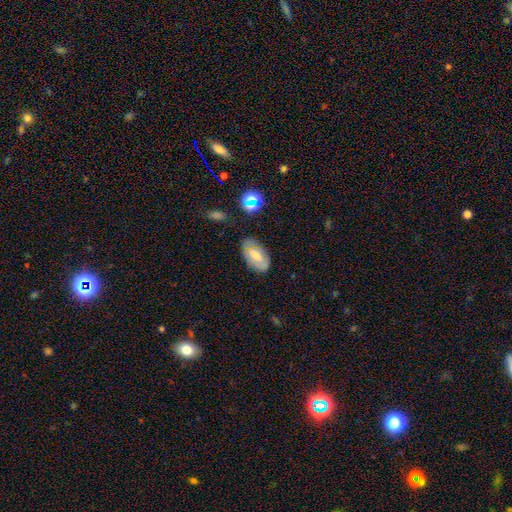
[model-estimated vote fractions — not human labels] Smooth or featured?
  - smooth: 56% *
  - featured or disk: 35%
  - star or artifact: 10%
How rounded?
  - in between: 92% *
  - round: 5%
  - cigar-shaped: 3%
Merging?
  - none: 74% *
  - minor disturbance: 19%
  - major disturbance: 5%
  - merger: 2%